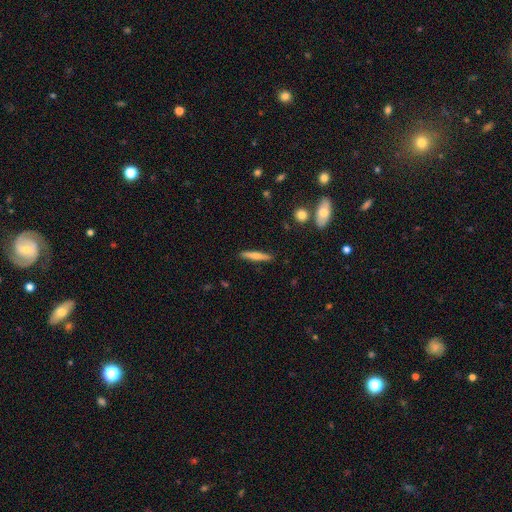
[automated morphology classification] smooth 53%, featured or disk 40%, star or artifact 6%. Down the decision tree: how rounded — cigar-shaped (91%); merging — none (90%).